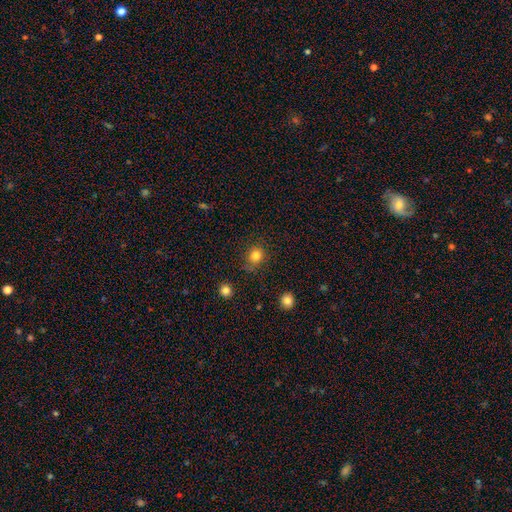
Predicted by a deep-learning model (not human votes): Smooth or featured? smooth (82%)
How rounded? round (81%)
Merging? none (76%)